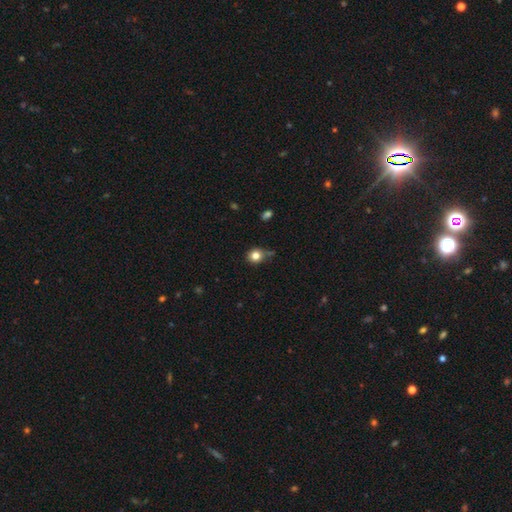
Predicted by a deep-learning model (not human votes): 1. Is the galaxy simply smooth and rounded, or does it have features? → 81% smooth, 12% star or artifact, 7% featured or disk.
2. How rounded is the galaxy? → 84% round, 15% in between, 1% cigar-shaped.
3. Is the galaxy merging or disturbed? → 66% none, 22% minor disturbance, 6% merger, 6% major disturbance.